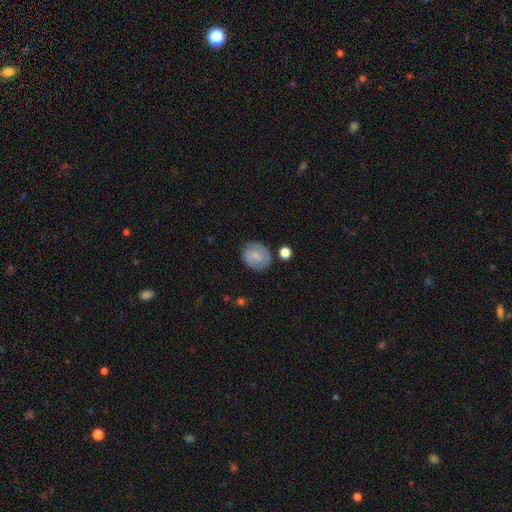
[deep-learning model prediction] The model was most divided on "smooth or featured": smooth: 60%, featured or disk: 32%, star or artifact: 8%. More confident: merging — none (76%); how rounded — round (66%).